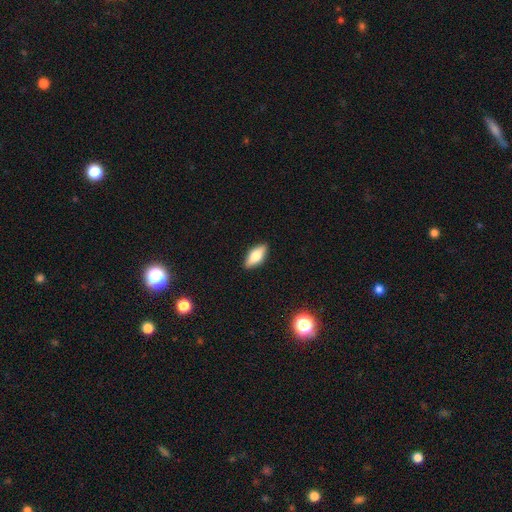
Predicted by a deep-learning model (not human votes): Morphology: type=smooth (66%); roundness=in between (78%); merging=none (89%).